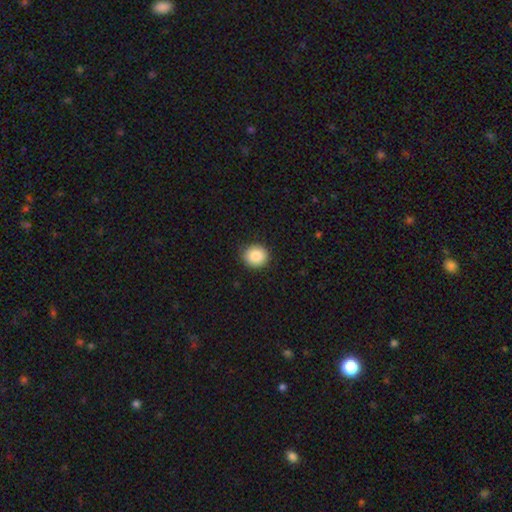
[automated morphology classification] This appears to be a smooth galaxy with no disk features (88%) that is round (86%). Merging: none (90%).